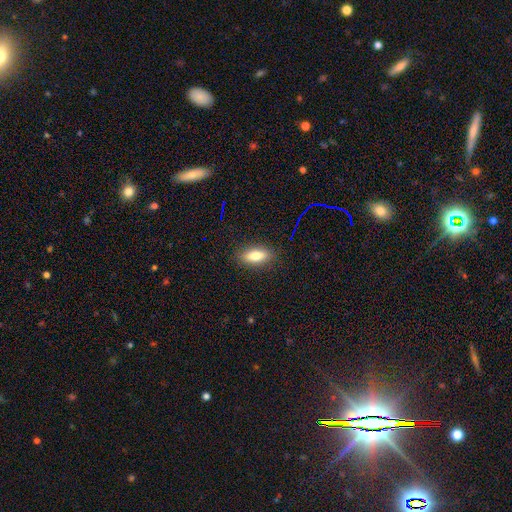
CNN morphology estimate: Q: Smooth or featured?
A: smooth (77%); runner-up: featured or disk (15%)
Q: How rounded?
A: in between (78%); runner-up: cigar-shaped (18%)
Q: Merging?
A: none (87%); runner-up: minor disturbance (9%)